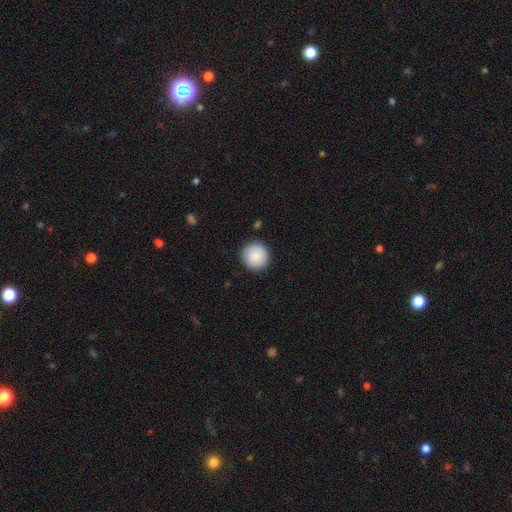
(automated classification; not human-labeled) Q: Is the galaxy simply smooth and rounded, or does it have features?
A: smooth — 88%.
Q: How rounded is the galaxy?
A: round — 95%.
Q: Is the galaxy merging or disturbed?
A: none — 91%.